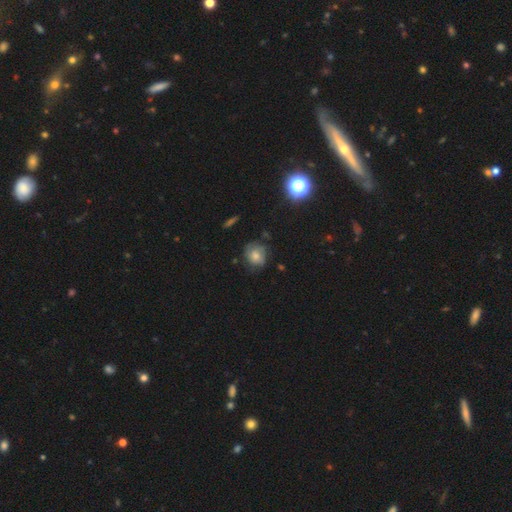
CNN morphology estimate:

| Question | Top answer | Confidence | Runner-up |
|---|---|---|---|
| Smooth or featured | smooth | 57% | featured or disk (31%) |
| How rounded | round | 73% | in between (26%) |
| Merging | none | 62% | minor disturbance (26%) |